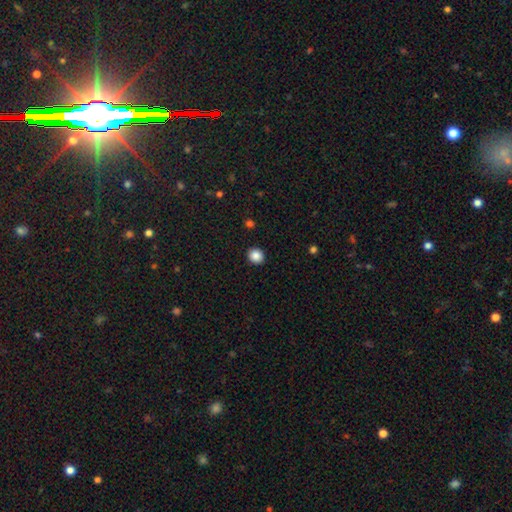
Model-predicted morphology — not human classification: Smooth or featured: smooth — 87% (star or artifact — 10%)
How rounded: round — 81% (in between — 18%)
Merging: none — 92% (minor disturbance — 5%)